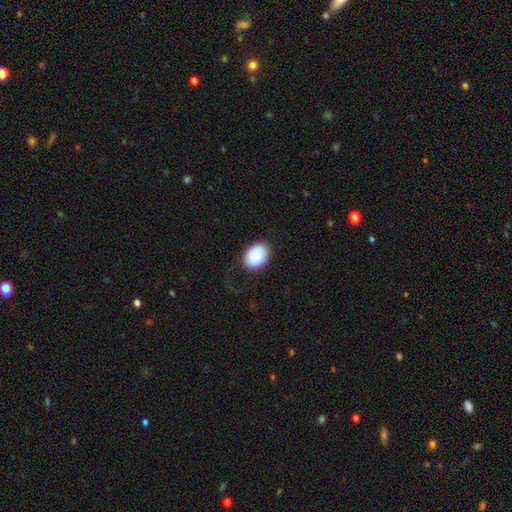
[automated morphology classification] Smooth or featured?
  - smooth: 87% *
  - featured or disk: 7%
  - star or artifact: 6%
How rounded?
  - in between: 73% *
  - round: 26%
  - cigar-shaped: 1%
Merging?
  - none: 71% *
  - minor disturbance: 20%
  - major disturbance: 8%
  - merger: 1%